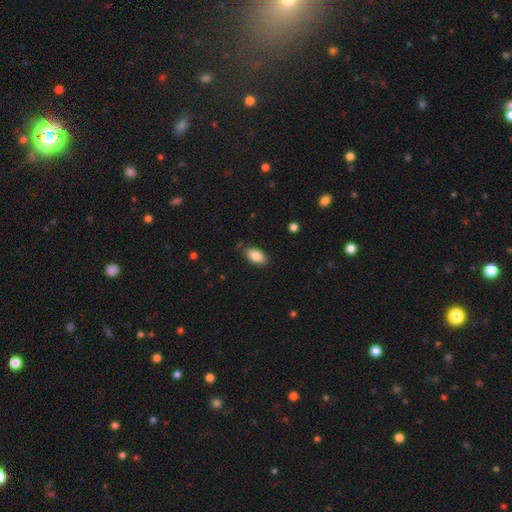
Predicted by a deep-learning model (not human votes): This appears to be a smooth galaxy with no disk features (86%) that is in between round and cigar-shaped (93%). Merging: none (81%).